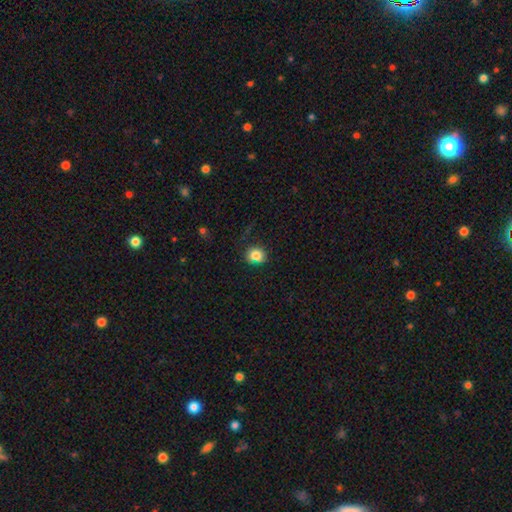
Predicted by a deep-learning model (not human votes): Morphology: type=smooth (83%); roundness=round (79%); merging=none (72%).